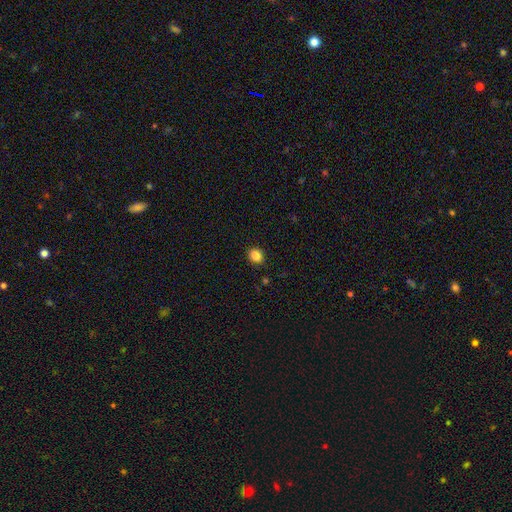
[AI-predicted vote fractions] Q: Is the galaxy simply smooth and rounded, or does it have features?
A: smooth — 86%.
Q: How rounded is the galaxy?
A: round — 71%.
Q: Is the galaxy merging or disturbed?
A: none — 90%.